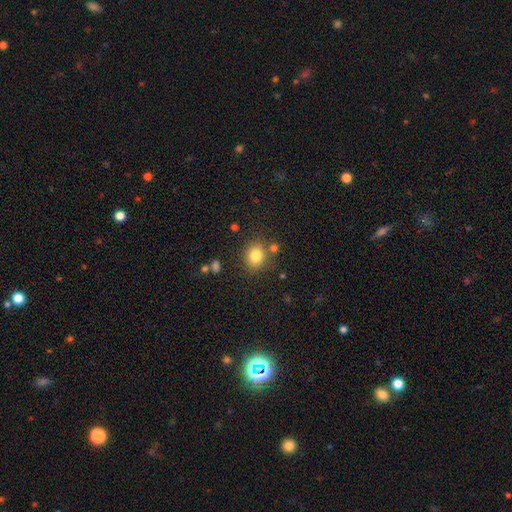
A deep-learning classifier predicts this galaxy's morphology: This is clearly a smooth galaxy (81%). How rounded: likely round (65%). Merging: likely none (78%).